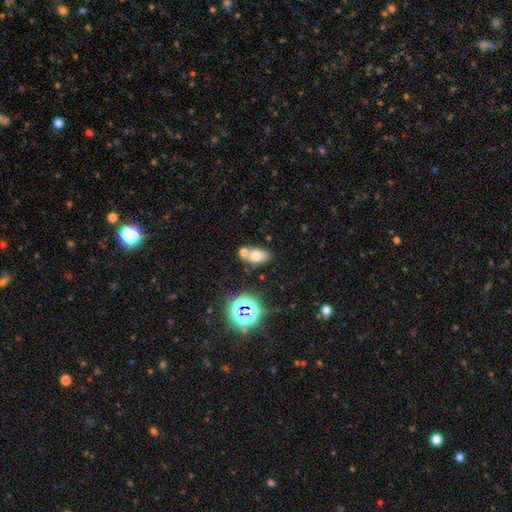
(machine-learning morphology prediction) Overall: smooth (67%). How rounded: in between (84%). Merging: none (48%; merger 36%).